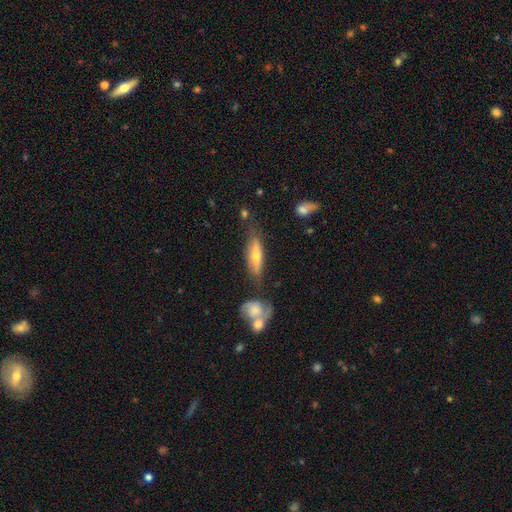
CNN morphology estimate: Smooth or featured? Predicted: smooth (p=0.47). Merging? Predicted: none (p=0.67).